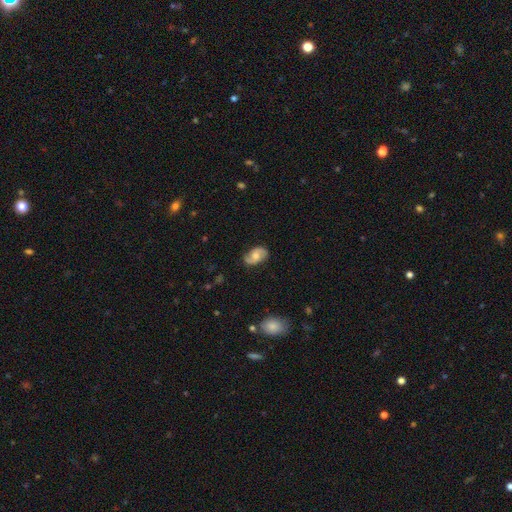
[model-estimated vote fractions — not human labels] A featured or disk galaxy (58%) with no bar (60%), spiral arms (89%) and a moderate central bulge (61%).

Vote fractions:
- Smooth or featured? featured or disk: 58% / smooth: 34% / star or artifact: 7%
- Edge-on disk? no: 96% / yes: 4%
- Bar? no: 60% / weak: 33% / strong: 7%
- Spiral arms? yes: 89% / no: 11%
- Bulge size? moderate: 61% / small: 26% / large: 7% / none: 5% / dominant: 1%
- Merging? none: 78% / minor disturbance: 17% / major disturbance: 4% / merger: 1%